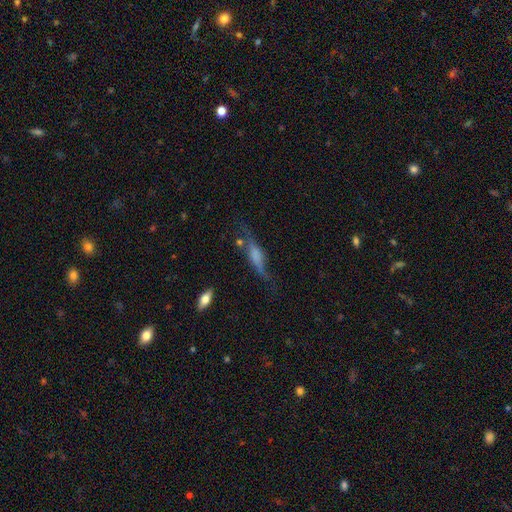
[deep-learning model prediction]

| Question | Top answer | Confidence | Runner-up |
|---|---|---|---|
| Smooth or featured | featured or disk | 60% | smooth (31%) |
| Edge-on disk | yes | 75% | no (25%) |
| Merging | none | 52% | minor disturbance (26%) |